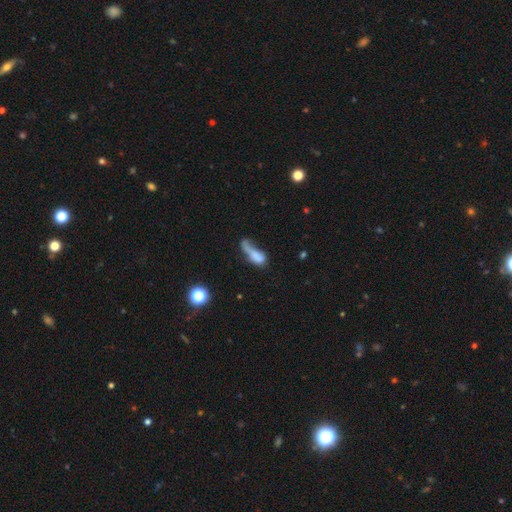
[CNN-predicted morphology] smooth 66%, featured or disk 23%, star or artifact 11%. Down the decision tree: how rounded — in between (56%); merging — major disturbance (37%).